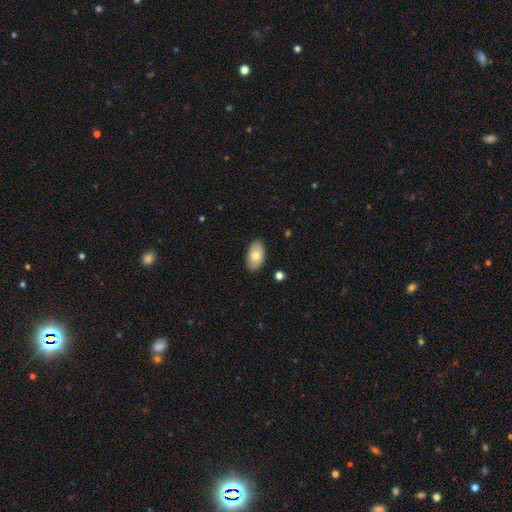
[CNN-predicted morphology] Q: Smooth or featured?
A: smooth (71%); runner-up: featured or disk (23%)
Q: How rounded?
A: in between (94%); runner-up: round (4%)
Q: Merging?
A: none (87%); runner-up: minor disturbance (10%)